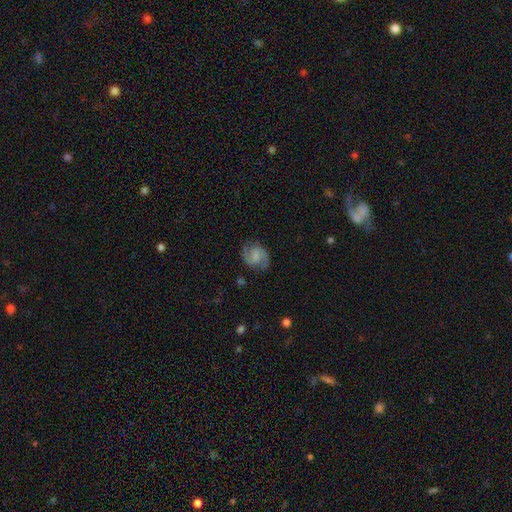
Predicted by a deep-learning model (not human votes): Smooth or featured? Predicted: featured or disk (p=0.74). Edge-on disk? Predicted: no (p=0.98). Bar? Predicted: weak (p=0.45, tied with no). Spiral arms? Predicted: yes (p=0.95). Spiral winding? Predicted: medium (p=0.54). Spiral arm count? Predicted: 2 (p=0.91). Bulge size? Predicted: none (p=0.34). Merging? Predicted: none (p=0.79).